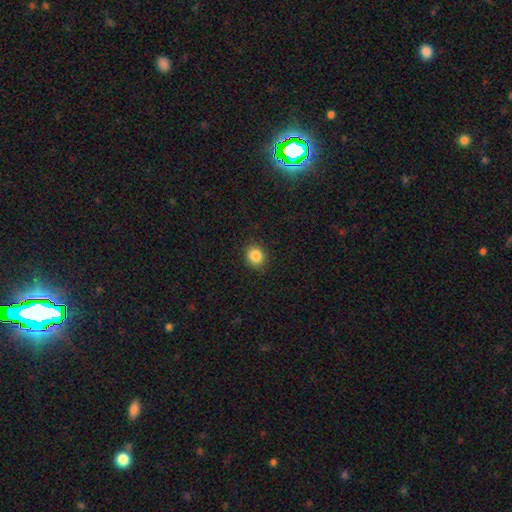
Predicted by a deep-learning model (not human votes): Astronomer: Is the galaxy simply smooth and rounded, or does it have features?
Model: smooth — 86%.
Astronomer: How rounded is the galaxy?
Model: round — 79%.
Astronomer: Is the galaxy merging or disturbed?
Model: none — 90%.